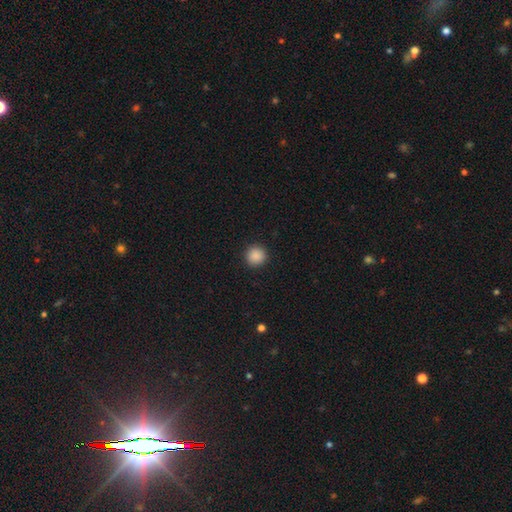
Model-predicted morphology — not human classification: A smooth galaxy with no disk features (88%) that is round (95%).

Vote fractions:
- Smooth or featured? smooth: 88% / star or artifact: 9% / featured or disk: 3%
- How rounded? round: 95% / in between: 4% / cigar-shaped: 1%
- Merging? none: 92% / minor disturbance: 5% / major disturbance: 2% / merger: 1%